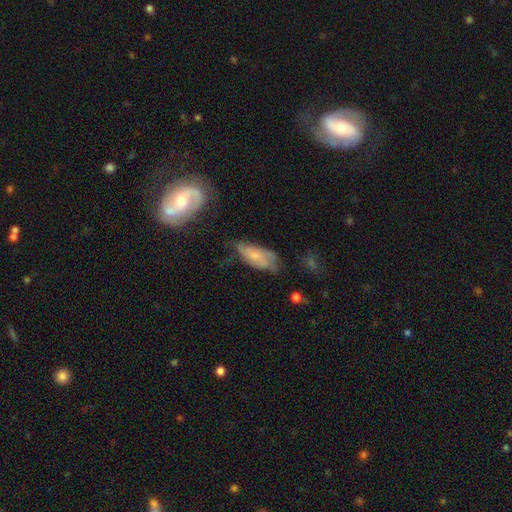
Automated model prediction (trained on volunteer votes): smooth_or_featured: smooth (p=0.53) [alt: featured or disk p=0.38]
how_rounded: in between (p=0.82) [alt: cigar-shaped p=0.16]
merging: none (p=0.48) [alt: minor disturbance p=0.33]